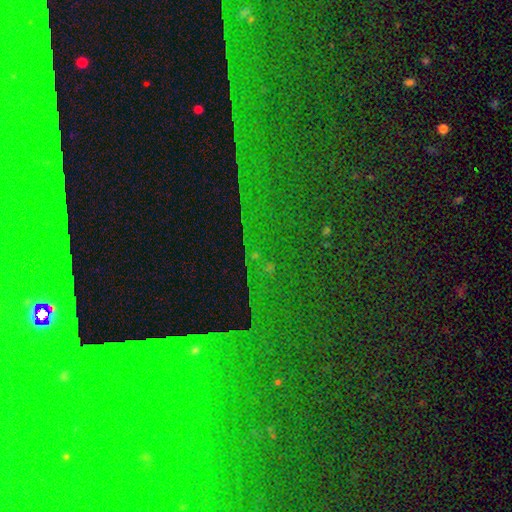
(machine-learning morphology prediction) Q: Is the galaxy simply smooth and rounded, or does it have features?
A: star or artifact — 80%.